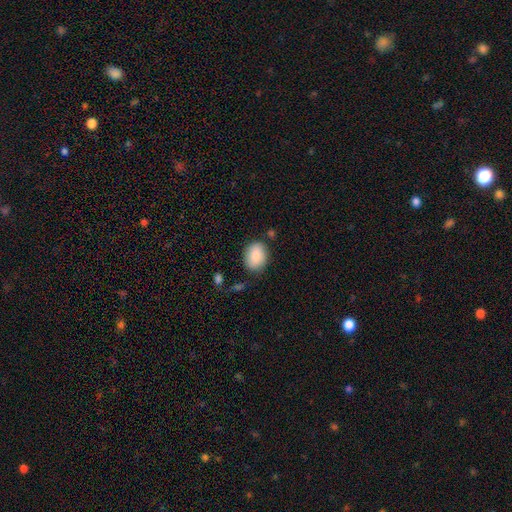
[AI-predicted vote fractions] A smooth galaxy with no disk features (85%) that is in between round and cigar-shaped (61%). Merging: none (80%).